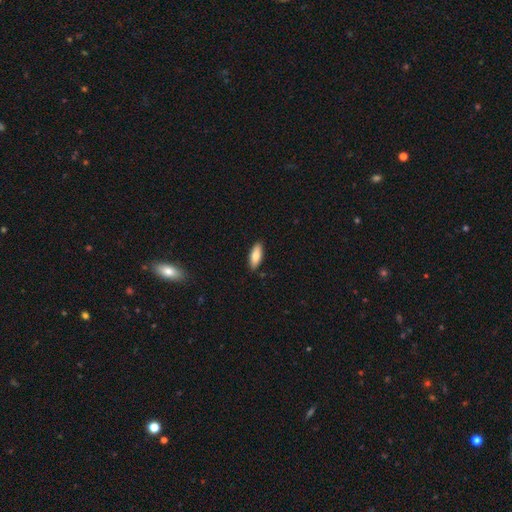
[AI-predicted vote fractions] smooth-or-featured: smooth: 80% | featured or disk: 14% | star or artifact: 6%
  how-rounded: in between: 67% | cigar-shaped: 31% | round: 2%
  merging: none: 89% | minor disturbance: 9% | major disturbance: 2% | merger: 1%